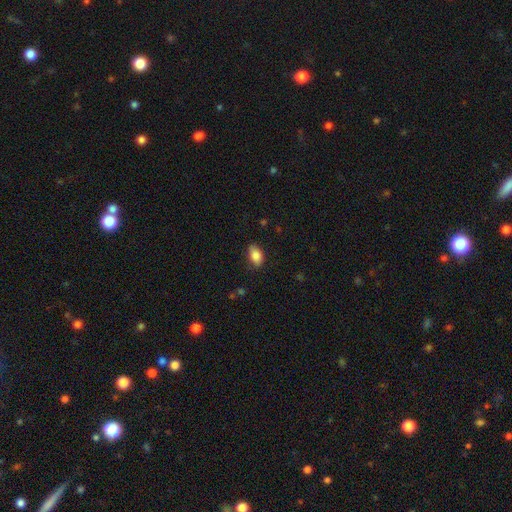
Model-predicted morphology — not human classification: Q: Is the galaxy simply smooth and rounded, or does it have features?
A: smooth — 86%.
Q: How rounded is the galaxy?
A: in between — 88%.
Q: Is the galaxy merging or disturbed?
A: none — 78%.